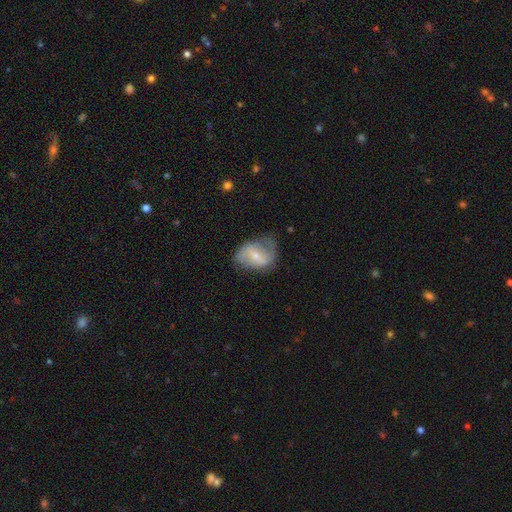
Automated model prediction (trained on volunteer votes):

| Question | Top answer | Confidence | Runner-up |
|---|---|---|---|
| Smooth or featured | featured or disk | 63% | smooth (30%) |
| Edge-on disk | no | 96% | yes (4%) |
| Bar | weak | 47% | strong (27%) |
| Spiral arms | yes | 77% | no (23%) |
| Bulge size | small | 58% | moderate (36%) |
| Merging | none | 54% | minor disturbance (30%) |